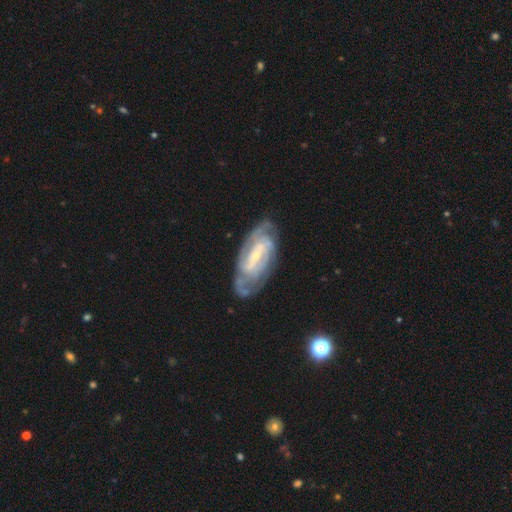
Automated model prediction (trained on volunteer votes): featured or disk 85%, smooth 10%, star or artifact 5%. Down the decision tree: edge-on disk — no (94%); bar — weak (42%); spiral arms — yes (93%); spiral arm count — 2 (40%); spiral winding — tight (60%); bulge size — small (70%); merging — none (72%).